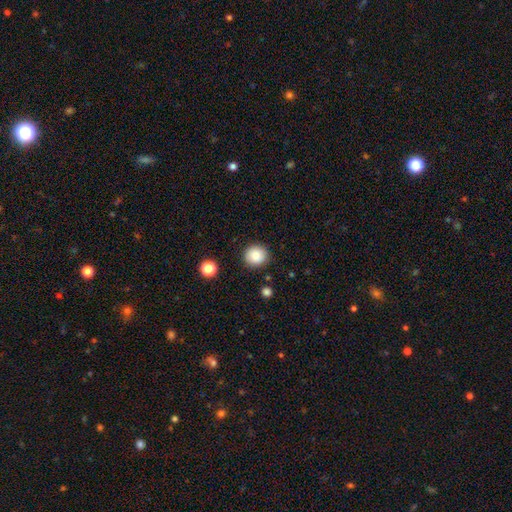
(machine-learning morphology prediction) A smooth galaxy with no disk features (86%) that is round (90%).

Vote fractions:
- Smooth or featured? smooth: 86% / star or artifact: 9% / featured or disk: 5%
- How rounded? round: 90% / in between: 9% / cigar-shaped: 1%
- Merging? none: 88% / minor disturbance: 8% / major disturbance: 2% / merger: 2%